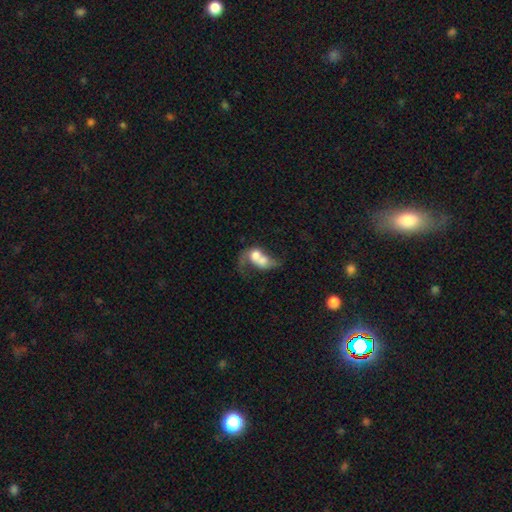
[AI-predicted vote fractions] Morphology: type=smooth (49%); merging=merger (73%).